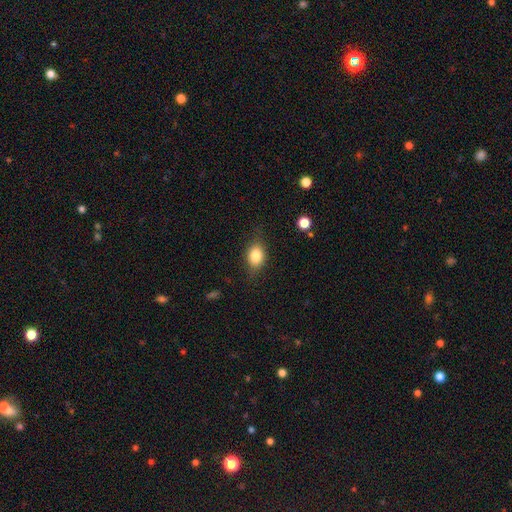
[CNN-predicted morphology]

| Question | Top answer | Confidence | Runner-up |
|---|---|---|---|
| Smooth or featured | smooth | 80% | featured or disk (12%) |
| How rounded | in between | 71% | round (27%) |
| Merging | none | 75% | minor disturbance (19%) |